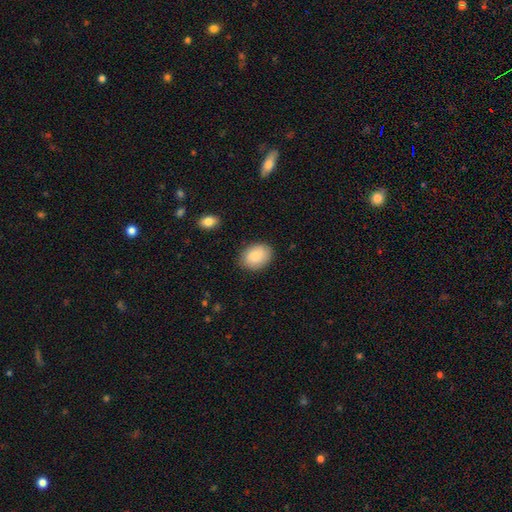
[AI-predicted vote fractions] This appears to be a smooth galaxy with no disk features (85%) that is in between round and cigar-shaped (71%). Merging: none (85%).